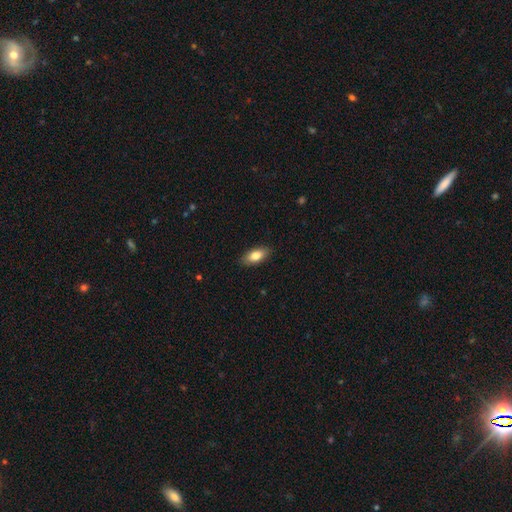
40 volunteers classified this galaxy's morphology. smooth_or_featured: smooth (p=0.82) [alt: featured or disk p=0.15]
how_rounded: in between (p=0.94) [alt: round p=0.03]
merging: none (p=0.97) [alt: minor disturbance p=0.03]